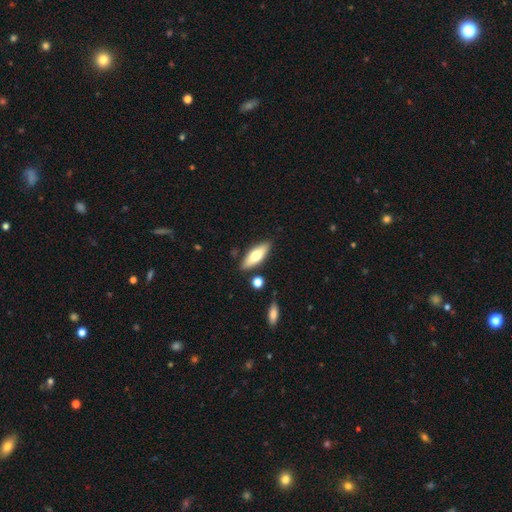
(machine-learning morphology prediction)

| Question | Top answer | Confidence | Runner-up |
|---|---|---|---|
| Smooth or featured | smooth | 64% | featured or disk (29%) |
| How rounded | in between | 62% | cigar-shaped (36%) |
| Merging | none | 83% | minor disturbance (11%) |